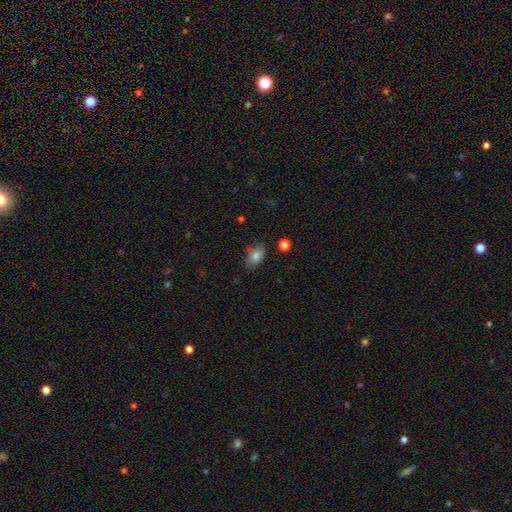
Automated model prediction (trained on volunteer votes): Smooth or featured? smooth (80%)
How rounded? in between (82%)
Merging? none (73%)